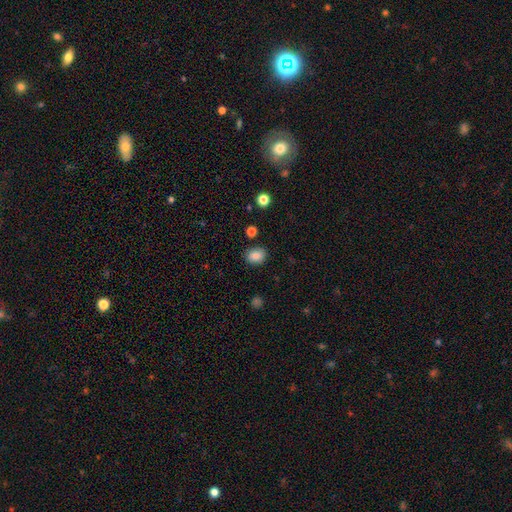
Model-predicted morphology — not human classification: A smooth galaxy with no disk features (85%) that is in between round and cigar-shaped (51%).

Vote fractions:
- Smooth or featured? smooth: 85% / star or artifact: 10% / featured or disk: 5%
- How rounded? in between: 51% / round: 48% / cigar-shaped: 1%
- Merging? none: 86% / minor disturbance: 9% / major disturbance: 2% / merger: 2%